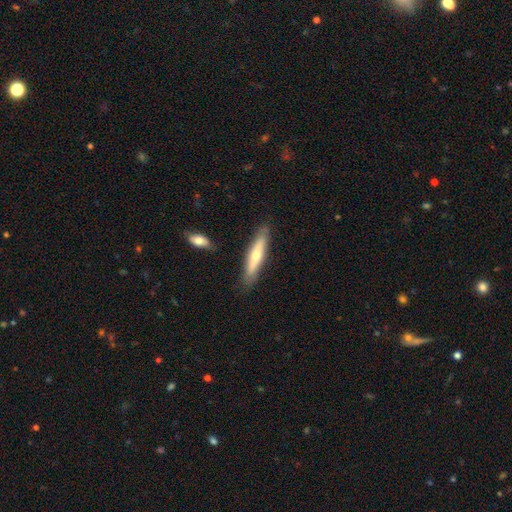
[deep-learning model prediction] Smooth or featured: smooth — 51% (featured or disk — 44%)
How rounded: cigar-shaped — 83% (in between — 16%)
Merging: none — 84% (minor disturbance — 11%)